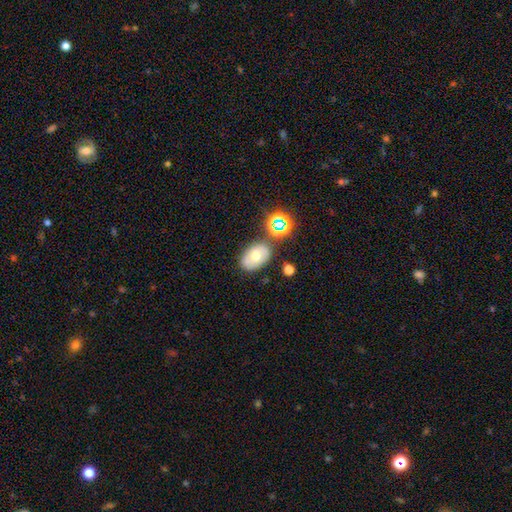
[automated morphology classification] Smooth or featured?
  - smooth: 54% *
  - featured or disk: 32%
  - star or artifact: 14%
How rounded?
  - in between: 81% *
  - round: 18%
  - cigar-shaped: 1%
Merging?
  - none: 71% *
  - minor disturbance: 15%
  - merger: 10%
  - major disturbance: 4%